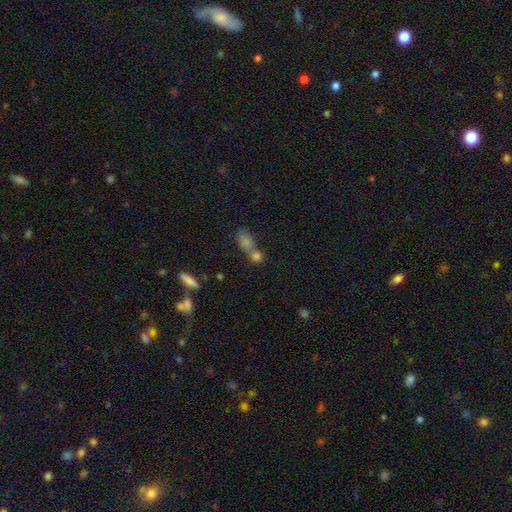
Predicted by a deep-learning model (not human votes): smooth_or_featured: smooth (p=0.76) [alt: star or artifact p=0.14]
how_rounded: in between (p=0.49) [alt: round p=0.44]
merging: merger (p=0.58) [alt: none p=0.31]